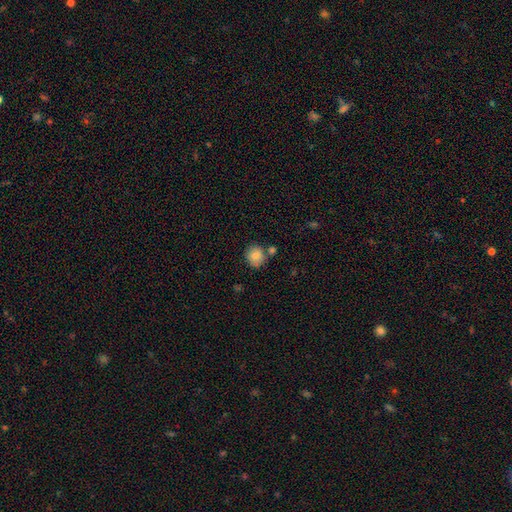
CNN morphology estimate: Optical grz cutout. It shows a smooth galaxy with no disk features (85%) that is round (84%). Merging: none (70%).